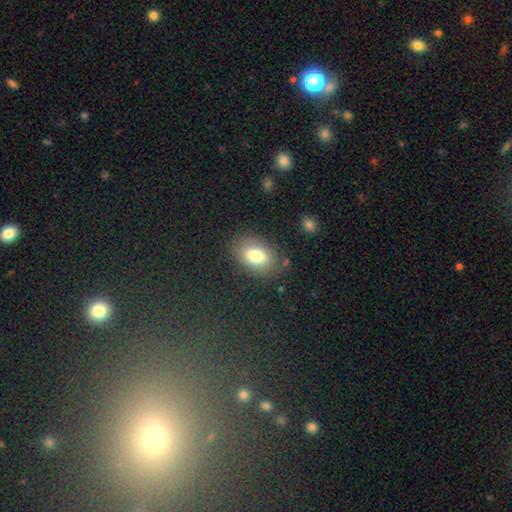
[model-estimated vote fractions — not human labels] Smooth or featured?
  - smooth: 77% *
  - featured or disk: 14%
  - star or artifact: 9%
How rounded?
  - in between: 82% *
  - round: 16%
  - cigar-shaped: 1%
Merging?
  - none: 80% *
  - minor disturbance: 13%
  - major disturbance: 5%
  - merger: 3%